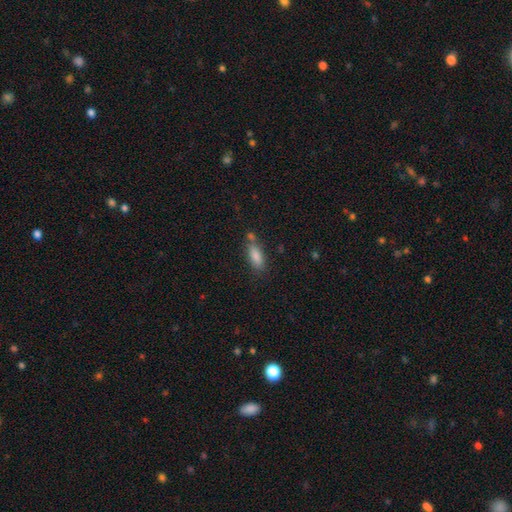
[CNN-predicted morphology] Smooth or featured?
  - smooth: 82% *
  - featured or disk: 9%
  - star or artifact: 9%
How rounded?
  - in between: 67% *
  - cigar-shaped: 31%
  - round: 2%
Merging?
  - none: 62% *
  - minor disturbance: 17%
  - merger: 16%
  - major disturbance: 5%